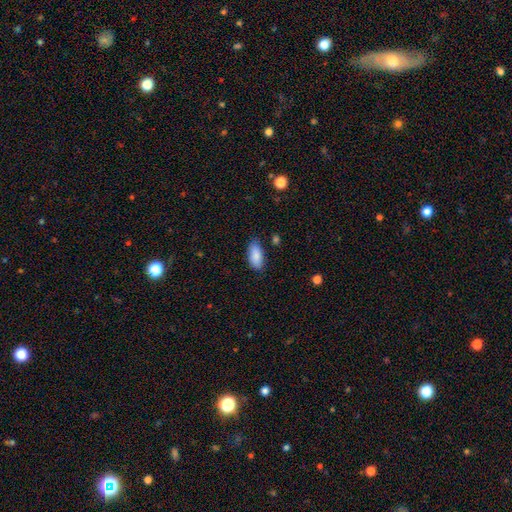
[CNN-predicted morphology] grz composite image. It shows a smooth galaxy with no disk features (87%) that is in between round and cigar-shaped (90%). Merging: none (78%).